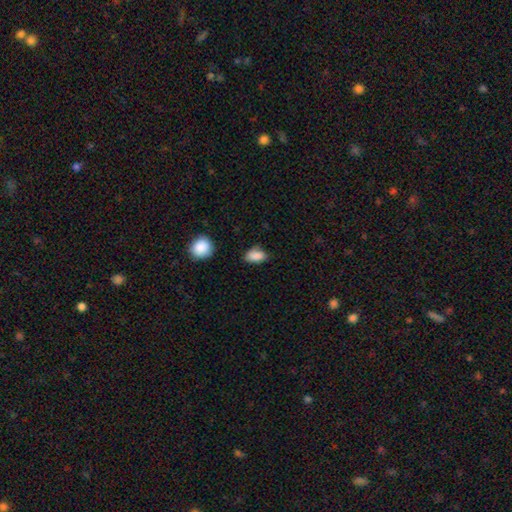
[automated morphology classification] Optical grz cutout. It shows a smooth galaxy with no disk features (87%) that is in between round and cigar-shaped (87%). Merging: none (64%).